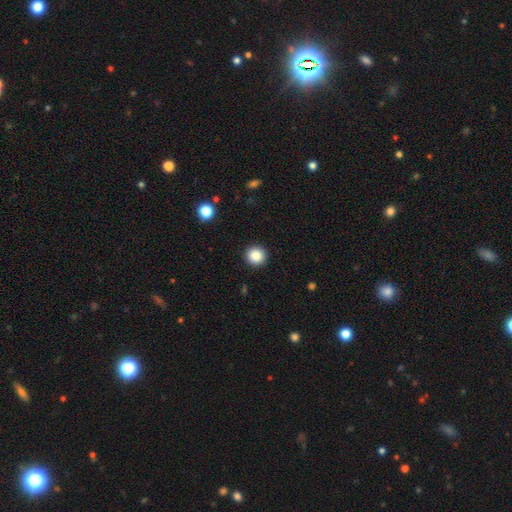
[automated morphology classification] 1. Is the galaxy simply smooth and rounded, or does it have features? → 86% smooth, 9% star or artifact, 5% featured or disk.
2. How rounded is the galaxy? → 94% round, 5% in between, 1% cigar-shaped.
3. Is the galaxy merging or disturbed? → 93% none, 5% minor disturbance, 2% major disturbance, 1% merger.